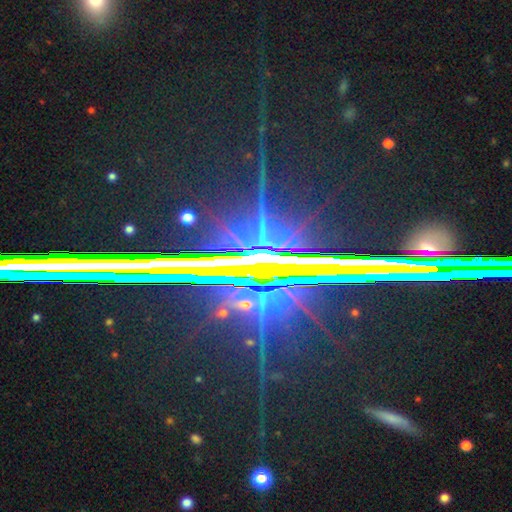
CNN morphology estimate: type=star or artifact (73%).